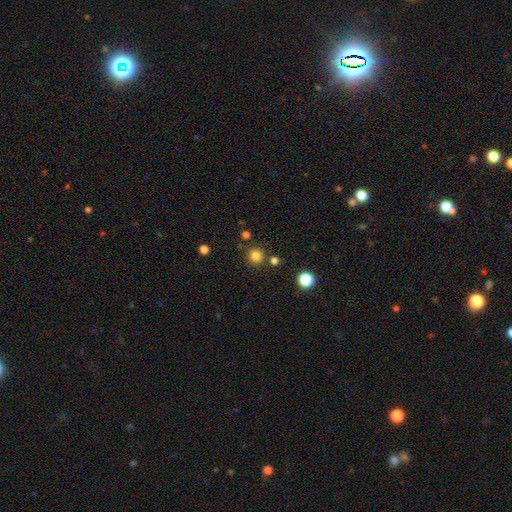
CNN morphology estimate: This is clearly a smooth galaxy (82%). How rounded: clearly round (92%). Merging: clearly none (83%).